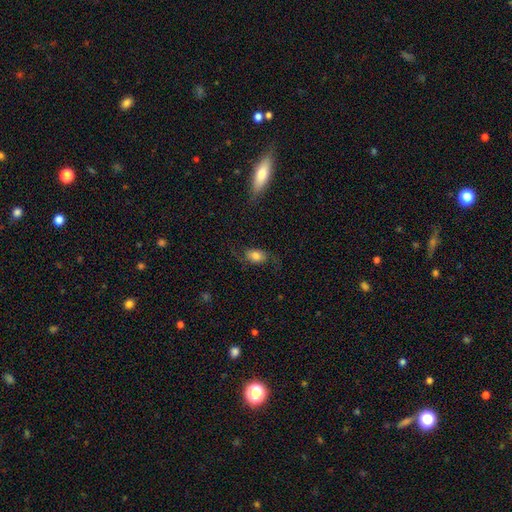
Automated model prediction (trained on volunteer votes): A smooth galaxy with no disk features (60%) that is in between round and cigar-shaped (81%).

Vote fractions:
- Smooth or featured? smooth: 60% / featured or disk: 30% / star or artifact: 10%
- How rounded? in between: 81% / round: 17% / cigar-shaped: 3%
- Merging? none: 60% / minor disturbance: 20% / major disturbance: 18% / merger: 2%